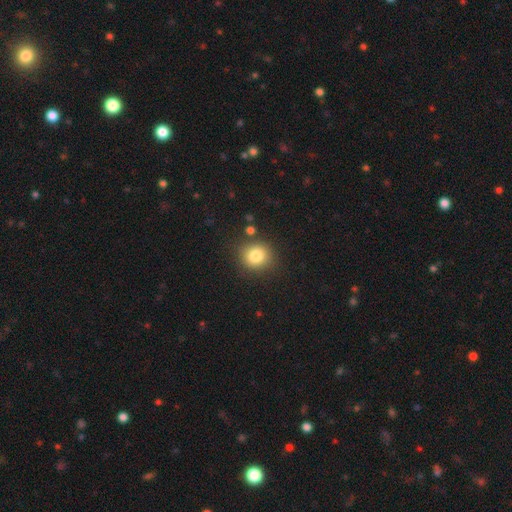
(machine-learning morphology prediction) The model was most divided on "how rounded": round: 83%, in between: 16%, cigar-shaped: 1%. More confident: merging — none (84%); smooth or featured — smooth (82%).